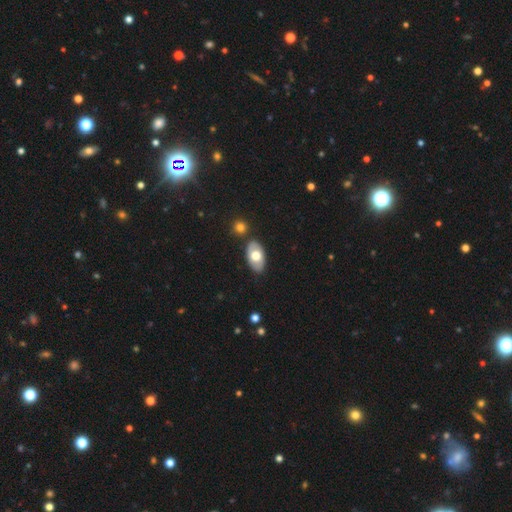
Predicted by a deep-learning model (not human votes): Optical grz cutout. It shows a smooth galaxy with no disk features (62%) that is in between round and cigar-shaped (93%). Merging: none (80%).